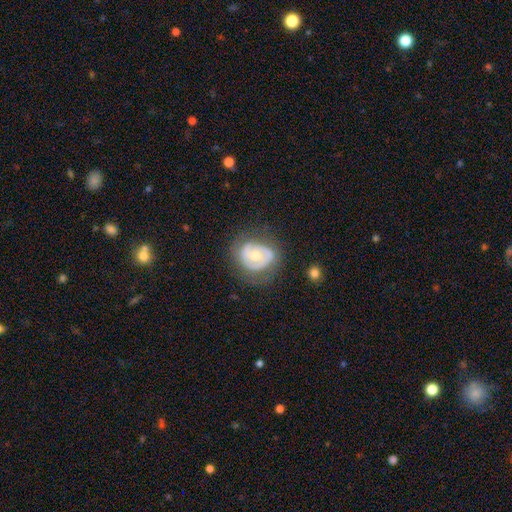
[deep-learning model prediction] Smooth or featured? featured or disk (62%)
Edge-on disk? no (96%)
Bar? no (64%)
Spiral arms? no (55%)
Bulge size? moderate (66%)
Merging? none (62%)